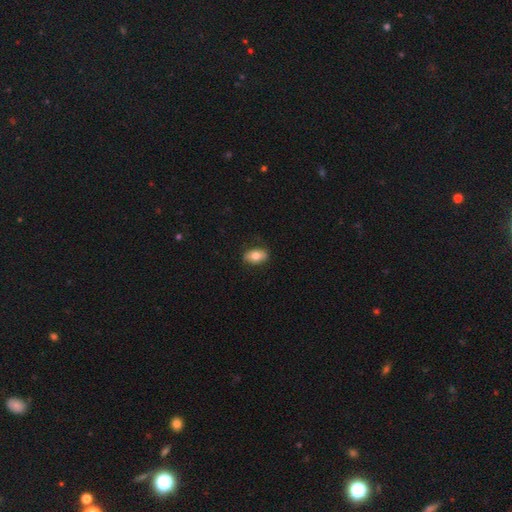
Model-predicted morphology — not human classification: smooth 73%, featured or disk 20%, star or artifact 7%. Down the decision tree: how rounded — in between (88%); merging — none (83%).